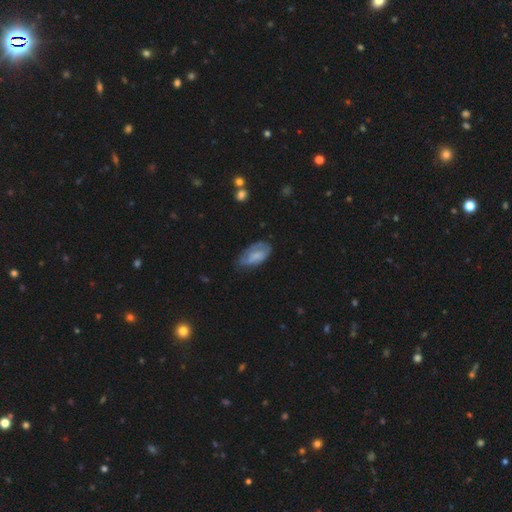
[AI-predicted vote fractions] smooth_or_featured: smooth (p=0.56) [alt: featured or disk p=0.37]
how_rounded: in between (p=0.91) [alt: cigar-shaped p=0.06]
merging: none (p=0.52) [alt: minor disturbance p=0.33]